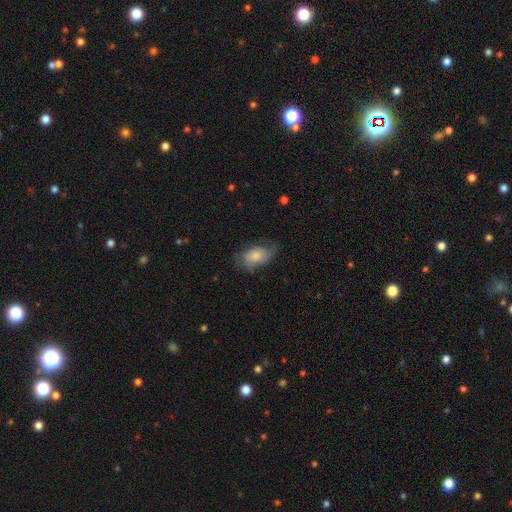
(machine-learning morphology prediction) This appears to be a smooth galaxy with no disk features (54%) that is in between round and cigar-shaped (89%). Merging: none (51%).